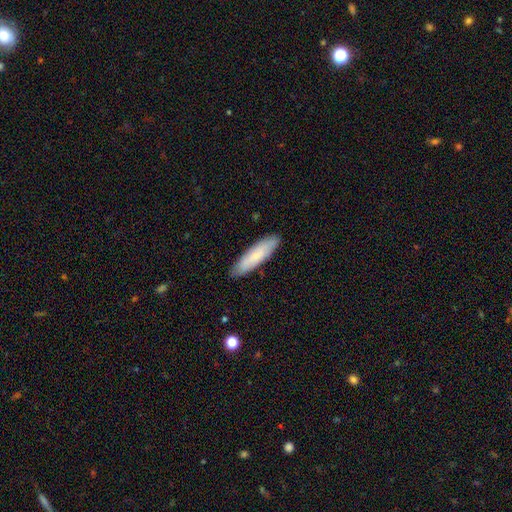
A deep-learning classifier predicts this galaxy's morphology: Smooth or featured? smooth (76%)
How rounded? cigar-shaped (68%)
Merging? none (88%)